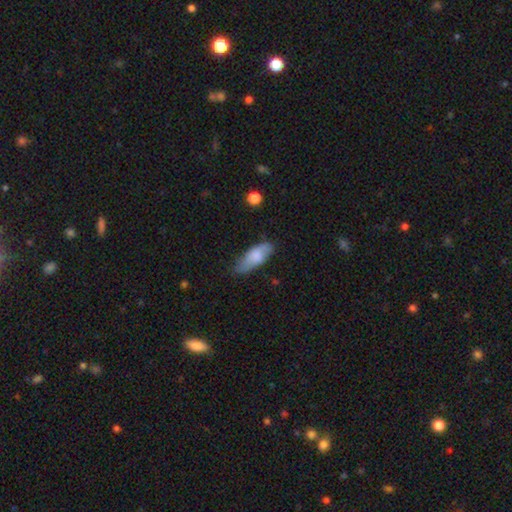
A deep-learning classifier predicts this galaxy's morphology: smooth_or_featured: smooth (p=0.74) [alt: featured or disk p=0.20]
how_rounded: in between (p=0.73) [alt: cigar-shaped p=0.25]
merging: none (p=0.63) [alt: minor disturbance p=0.29]